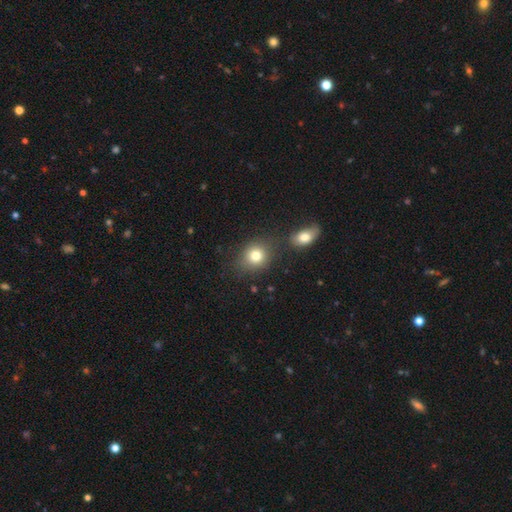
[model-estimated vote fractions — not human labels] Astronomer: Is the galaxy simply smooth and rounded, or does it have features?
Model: smooth — 79%.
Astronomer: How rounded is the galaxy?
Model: round — 68%.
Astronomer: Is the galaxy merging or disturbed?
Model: none — 70%.